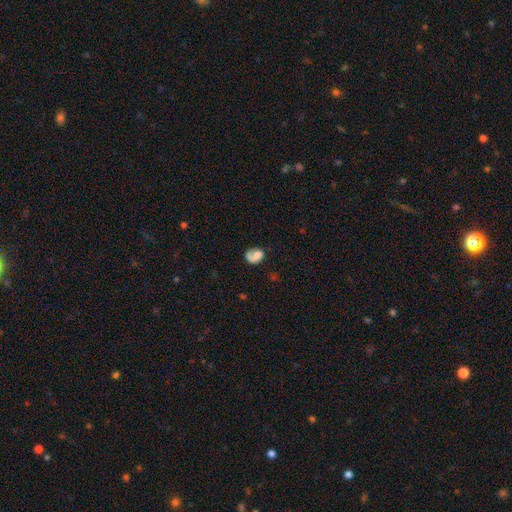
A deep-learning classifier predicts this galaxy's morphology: A smooth galaxy with no disk features (47%).

Vote fractions:
- Smooth or featured? smooth: 47% / featured or disk: 44% / star or artifact: 9%
- Merging? none: 44% / major disturbance: 28% / minor disturbance: 20% / merger: 7%